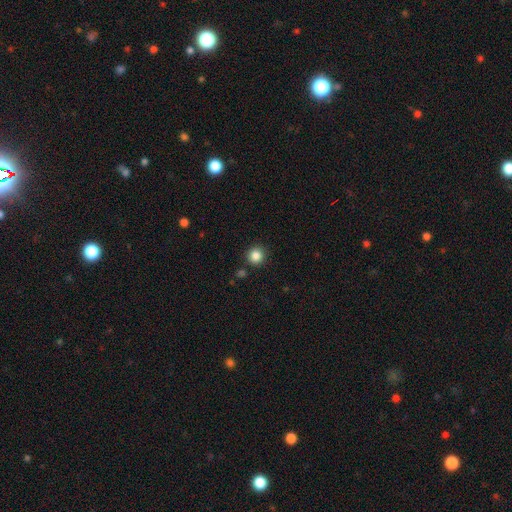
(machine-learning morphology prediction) This is clearly a smooth galaxy (85%). How rounded: clearly round (95%). Merging: clearly none (89%).